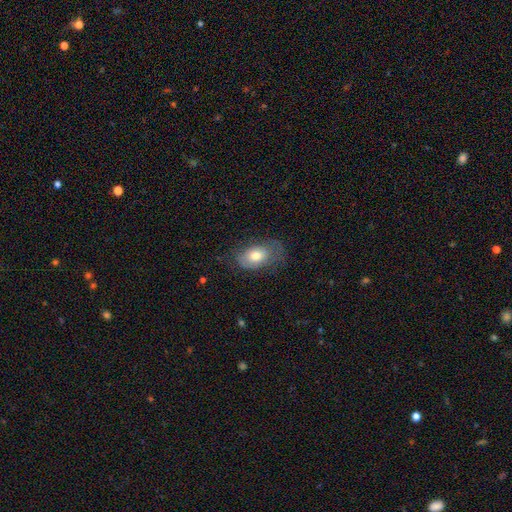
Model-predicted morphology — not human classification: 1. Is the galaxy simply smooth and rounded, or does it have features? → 71% smooth, 22% featured or disk, 7% star or artifact.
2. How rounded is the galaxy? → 89% in between, 9% round, 2% cigar-shaped.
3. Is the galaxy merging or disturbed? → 55% none, 28% minor disturbance, 15% major disturbance, 1% merger.